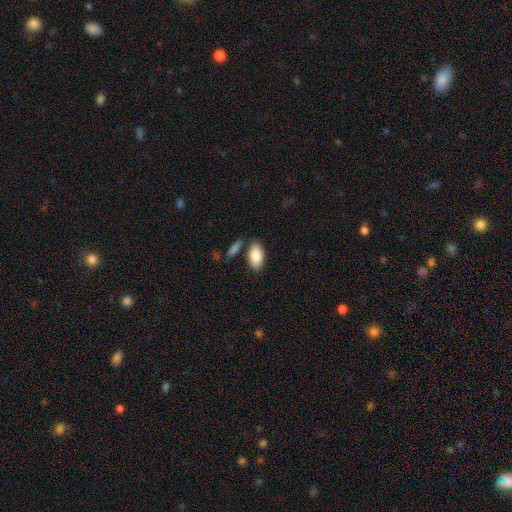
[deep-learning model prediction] This is clearly a smooth galaxy (87%). How rounded: clearly in between (94%). Merging: likely none (78%).